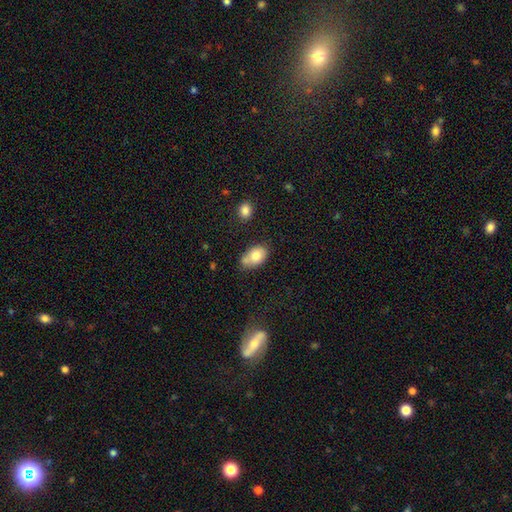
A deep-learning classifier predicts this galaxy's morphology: Smooth or featured?
  - smooth: 78% *
  - featured or disk: 14%
  - star or artifact: 8%
How rounded?
  - in between: 86% *
  - round: 12%
  - cigar-shaped: 2%
Merging?
  - none: 50% *
  - minor disturbance: 25%
  - merger: 19%
  - major disturbance: 6%